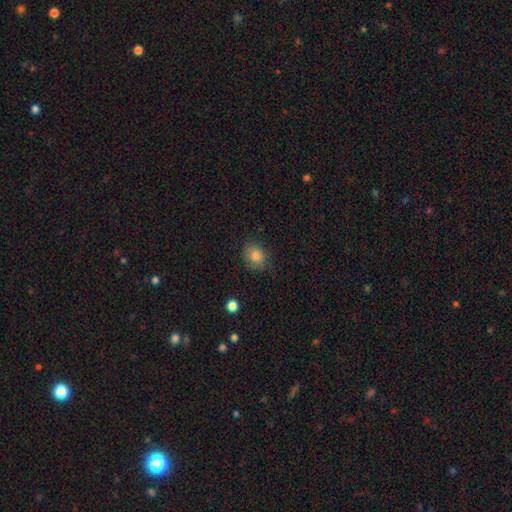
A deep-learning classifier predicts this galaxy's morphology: type=smooth (82%); roundness=round (61%); merging=none (79%).